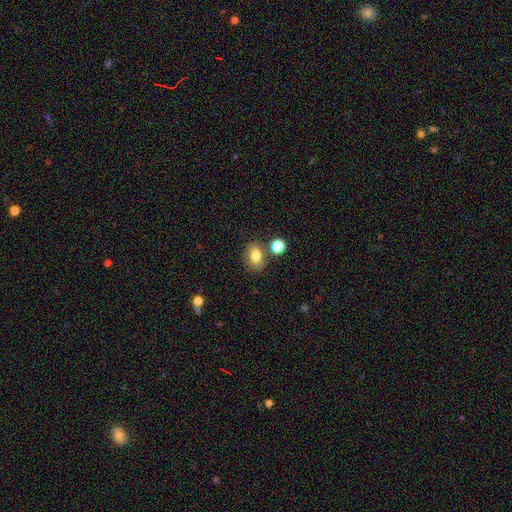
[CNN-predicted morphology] Overall: smooth (80%). How rounded: in between (64%; round 35%). Merging: none (72%).